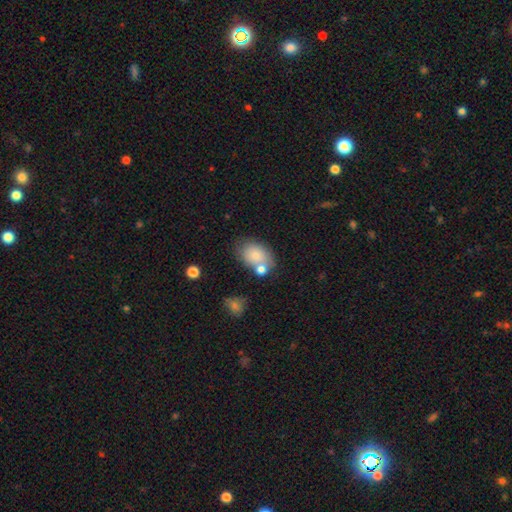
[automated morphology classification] Smooth or featured? Predicted: smooth (p=0.79). How rounded? Predicted: in between (p=0.80). Merging? Predicted: none (p=0.54).